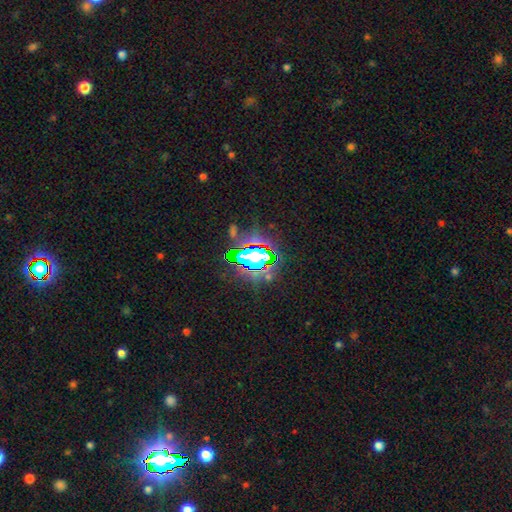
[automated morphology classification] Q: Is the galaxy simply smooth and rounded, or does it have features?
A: star or artifact — 69%.